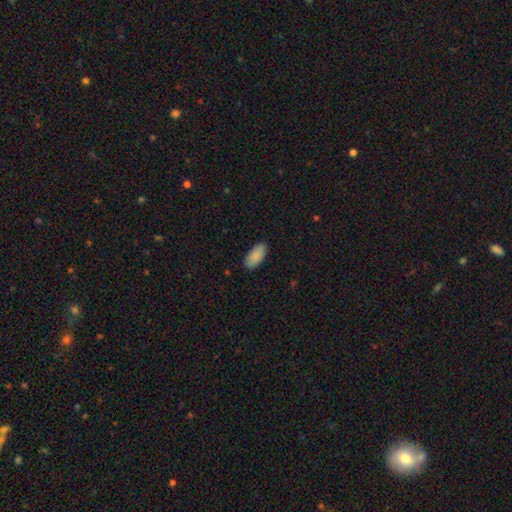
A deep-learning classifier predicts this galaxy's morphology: This appears to be a smooth galaxy with no disk features (90%) that is in between round and cigar-shaped (90%). Merging: none (88%).